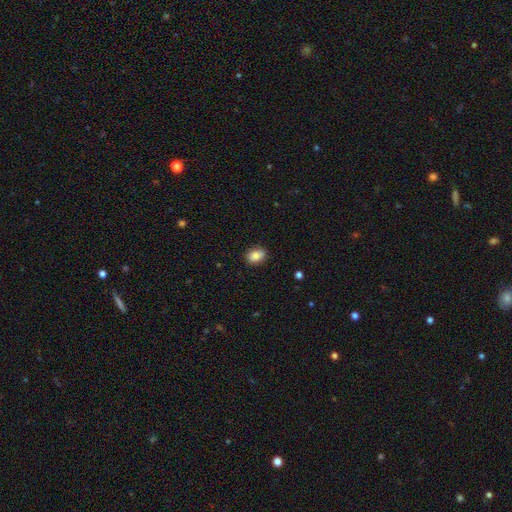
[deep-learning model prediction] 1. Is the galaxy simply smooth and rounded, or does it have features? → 84% smooth, 8% star or artifact, 8% featured or disk.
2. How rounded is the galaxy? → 75% in between, 24% round, 1% cigar-shaped.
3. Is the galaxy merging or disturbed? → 87% none, 10% minor disturbance, 2% major disturbance, 1% merger.